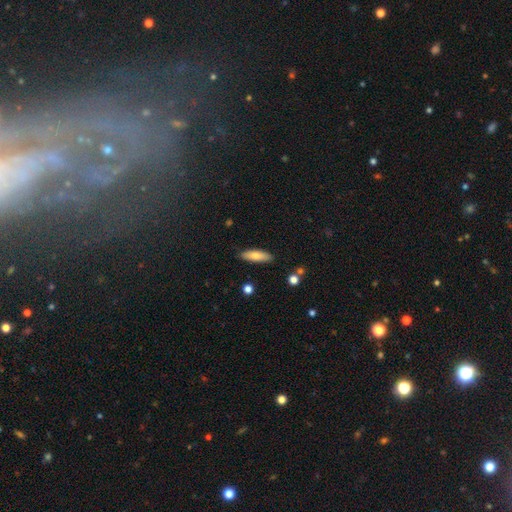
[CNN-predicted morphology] smooth_or_featured: smooth (p=0.76) [alt: featured or disk p=0.17]
how_rounded: cigar-shaped (p=0.52) [alt: in between p=0.46]
merging: none (p=0.86) [alt: minor disturbance p=0.10]